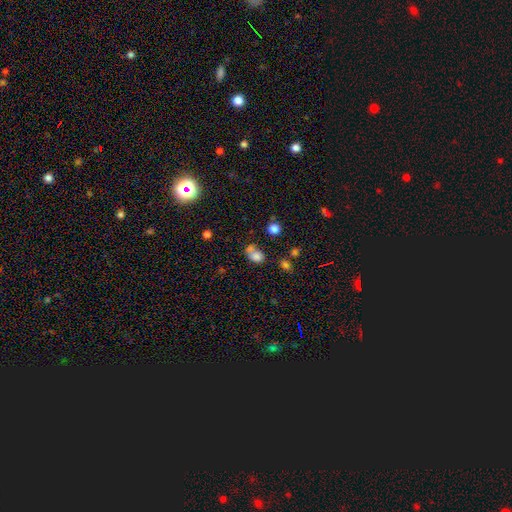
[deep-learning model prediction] This appears to be a smooth galaxy with no disk features (75%) that is in between round and cigar-shaped (60%). Merging: merger (41%).